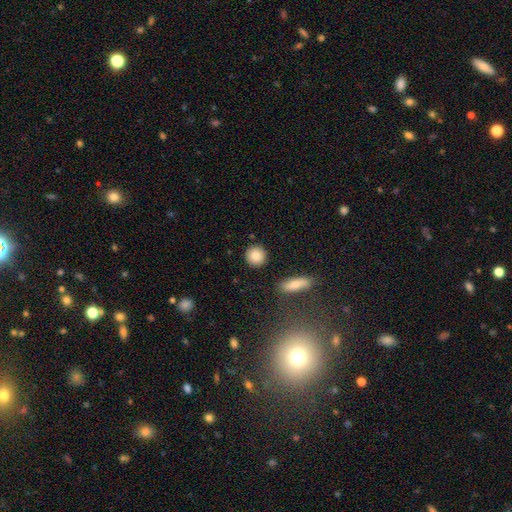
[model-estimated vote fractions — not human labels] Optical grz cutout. It shows a smooth galaxy with no disk features (87%) that is round (91%). Merging: none (89%).